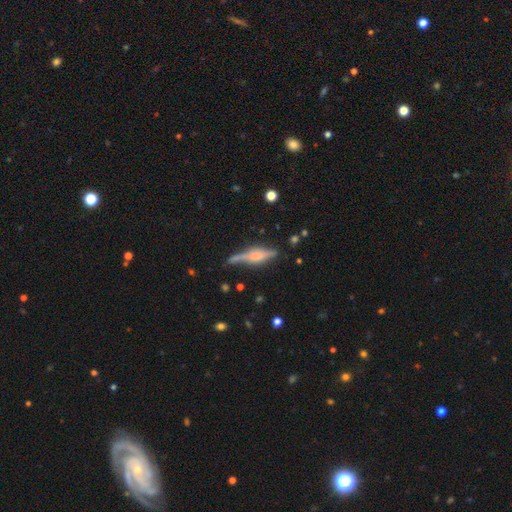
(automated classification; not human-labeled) A featured or disk galaxy (57%) viewed edge-on (91%) with a rounded central bulge (52%). Merging: none (59%).